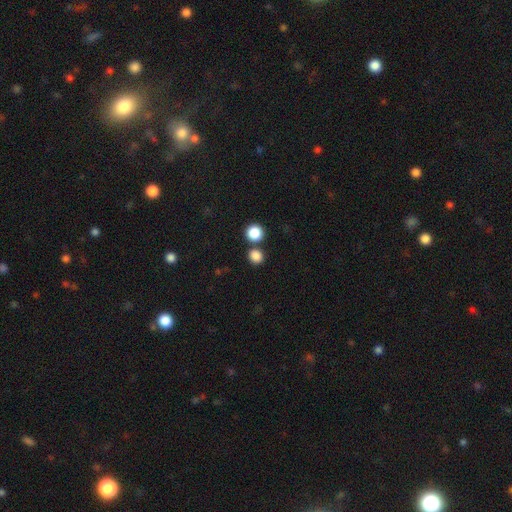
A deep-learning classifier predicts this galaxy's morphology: This is clearly a smooth galaxy (85%). How rounded: clearly round (83%). Merging: likely none (70%).